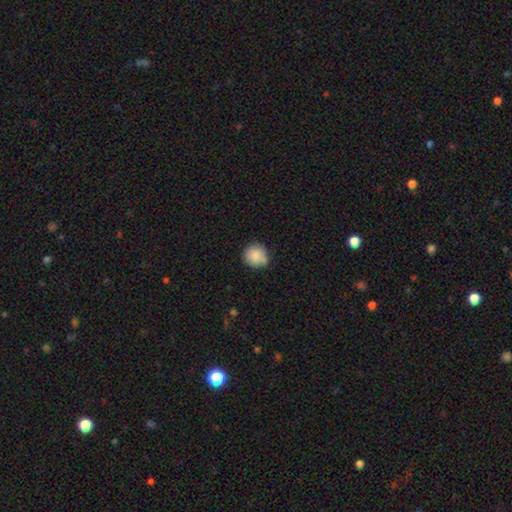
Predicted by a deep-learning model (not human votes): A smooth galaxy with no disk features (87%) that is round (91%).

Vote fractions:
- Smooth or featured? smooth: 87% / star or artifact: 8% / featured or disk: 5%
- How rounded? round: 91% / in between: 8% / cigar-shaped: 1%
- Merging? none: 75% / minor disturbance: 17% / merger: 5% / major disturbance: 3%